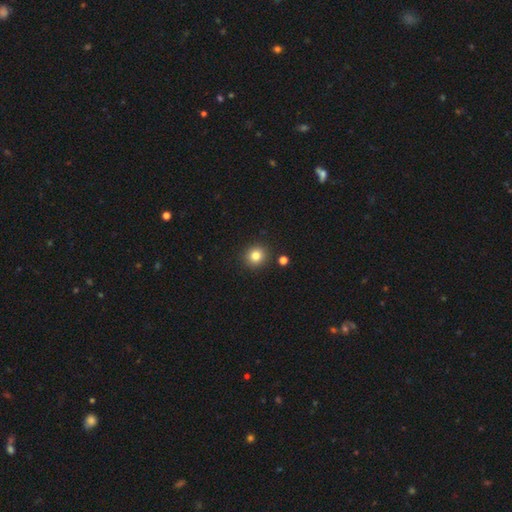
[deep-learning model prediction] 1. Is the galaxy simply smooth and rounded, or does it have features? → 82% smooth, 12% star or artifact, 6% featured or disk.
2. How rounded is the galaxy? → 91% round, 8% in between, 1% cigar-shaped.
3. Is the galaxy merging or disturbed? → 90% none, 6% minor disturbance, 3% merger, 2% major disturbance.